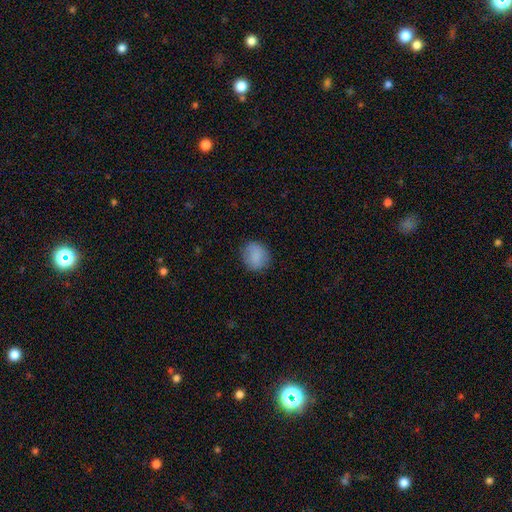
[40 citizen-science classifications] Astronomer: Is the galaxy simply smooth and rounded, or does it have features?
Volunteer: smooth — 85%.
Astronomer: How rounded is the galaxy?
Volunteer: round — 74%.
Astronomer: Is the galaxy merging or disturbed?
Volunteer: none — 89%.